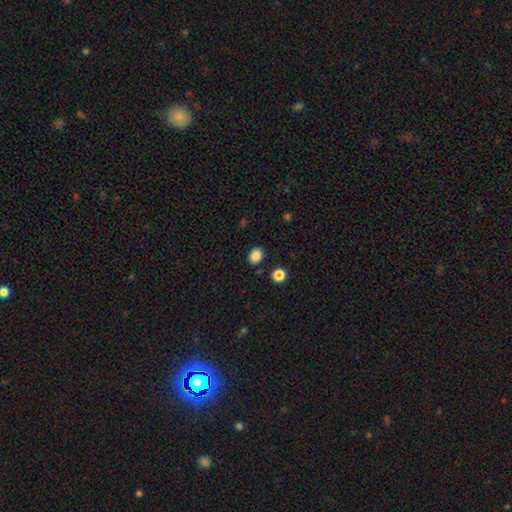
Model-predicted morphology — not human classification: Smooth or featured? Predicted: smooth (p=0.85). How rounded? Predicted: round (p=0.59). Merging? Predicted: none (p=0.86).